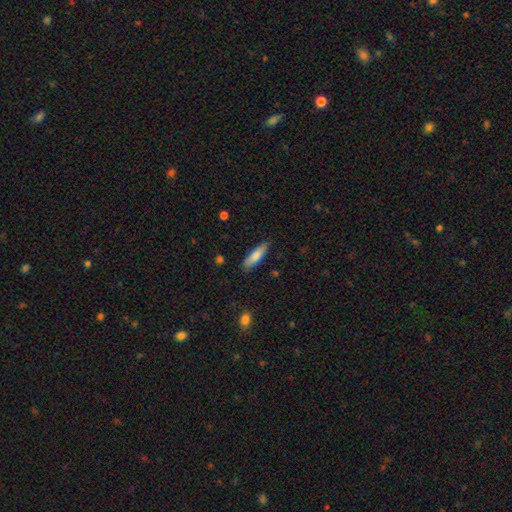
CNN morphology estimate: Overall: smooth (82%). How rounded: cigar-shaped (63%; in between 35%). Merging: none (86%).